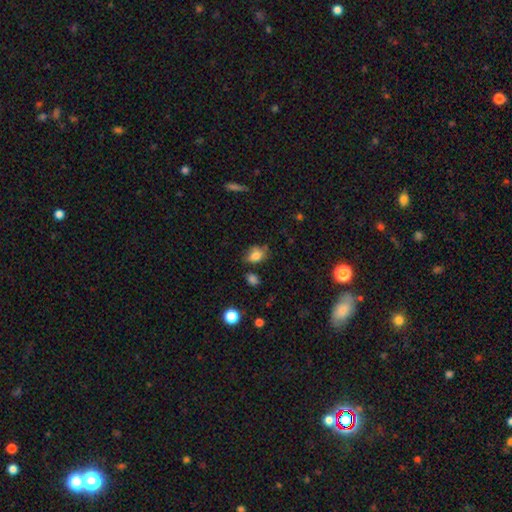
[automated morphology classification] This is likely a smooth galaxy (78%). How rounded: likely in between (75%). Merging: possibly none (58%).